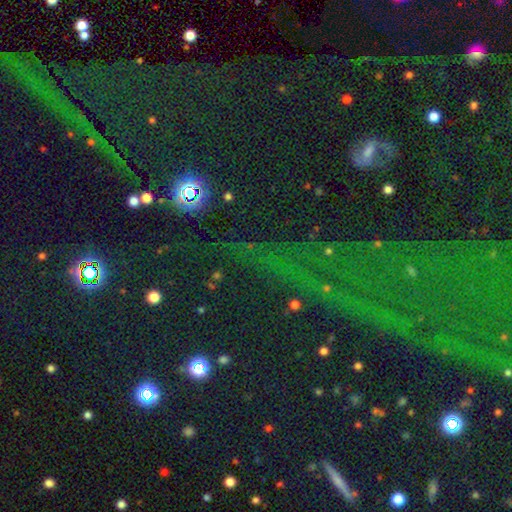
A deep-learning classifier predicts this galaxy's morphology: The model was most divided on "smooth or featured": star or artifact: 77%, smooth: 13%, featured or disk: 9%.